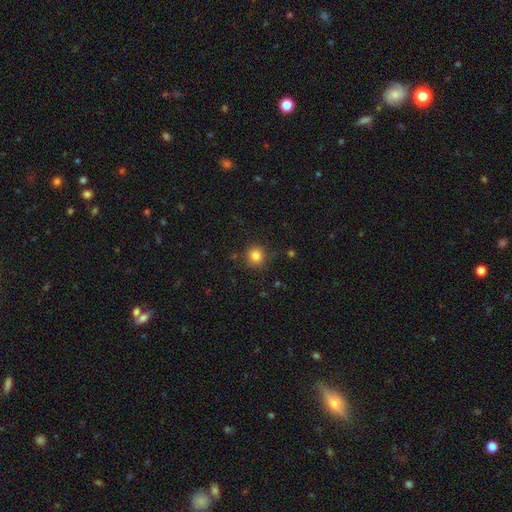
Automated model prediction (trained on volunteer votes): Smooth or featured?
  - smooth: 83% *
  - star or artifact: 12%
  - featured or disk: 5%
How rounded?
  - round: 91% *
  - in between: 8%
  - cigar-shaped: 1%
Merging?
  - none: 87% *
  - minor disturbance: 9%
  - major disturbance: 3%
  - merger: 2%